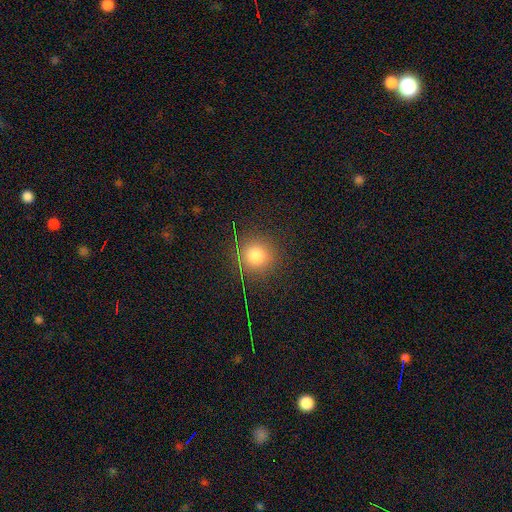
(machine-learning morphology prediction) Overall: smooth (74%). How rounded: round (93%). Merging: none (88%).